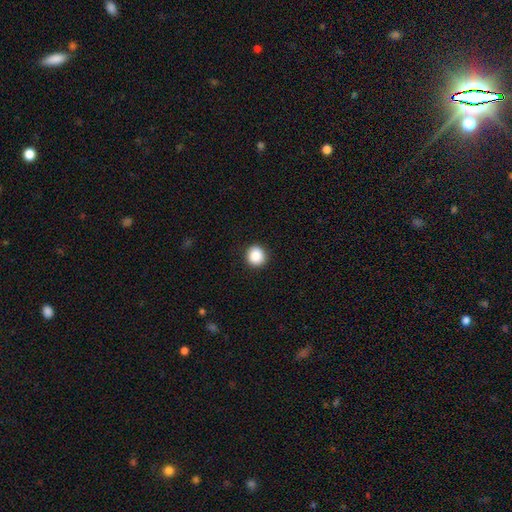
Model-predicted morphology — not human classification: Smooth or featured? Predicted: smooth (p=0.88). How rounded? Predicted: round (p=0.91). Merging? Predicted: none (p=0.91).